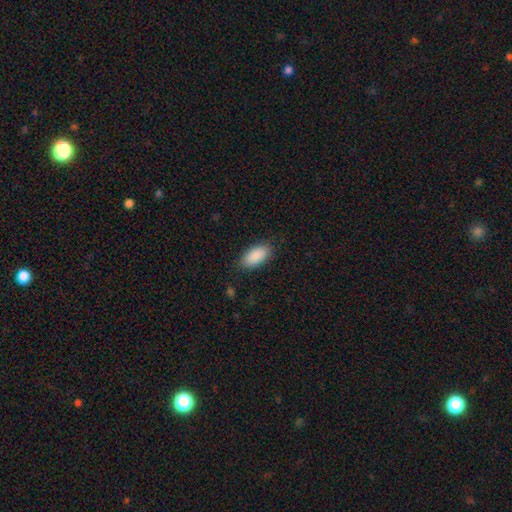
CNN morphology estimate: Smooth or featured?
  - smooth: 91% *
  - star or artifact: 6%
  - featured or disk: 4%
How rounded?
  - in between: 93% *
  - cigar-shaped: 5%
  - round: 2%
Merging?
  - none: 86% *
  - minor disturbance: 10%
  - major disturbance: 3%
  - merger: 1%